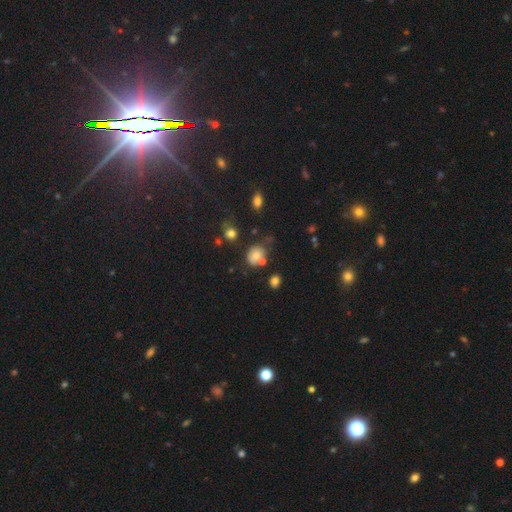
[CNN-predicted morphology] Smooth or featured: smooth — 73% (star or artifact — 14%)
How rounded: in between — 51% (round — 48%)
Merging: none — 57% (minor disturbance — 20%)